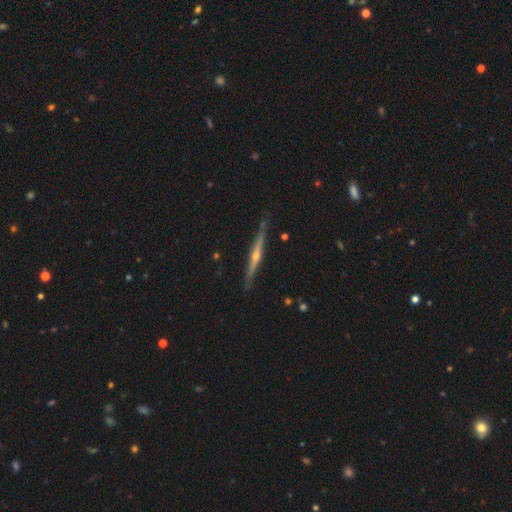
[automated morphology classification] Overall: featured or disk (79%). Edge-on disk: yes (98%). Edge-on bulge: rounded (82%). Merging: none (88%).